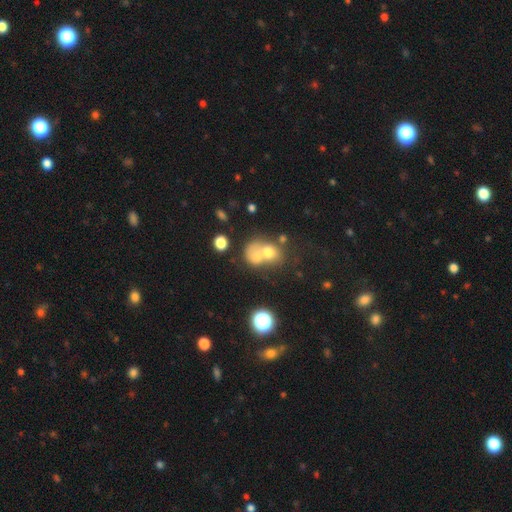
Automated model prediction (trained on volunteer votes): Smooth or featured: smooth — 65% (featured or disk — 22%)
How rounded: round — 56% (in between — 43%)
Merging: merger — 67% (none — 19%)